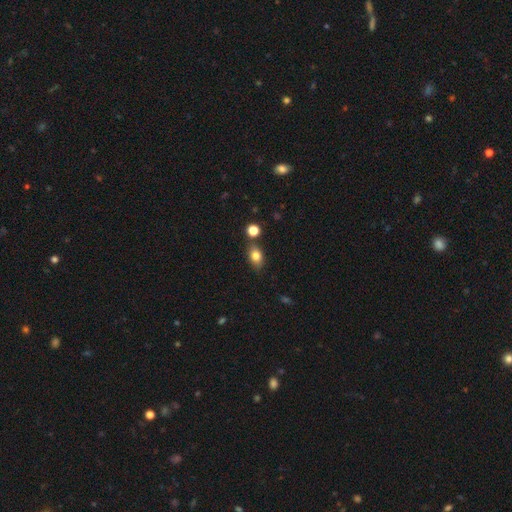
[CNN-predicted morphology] Q: Smooth or featured?
A: smooth (80%); runner-up: star or artifact (10%)
Q: How rounded?
A: in between (74%); runner-up: round (23%)
Q: Merging?
A: none (73%); runner-up: minor disturbance (14%)